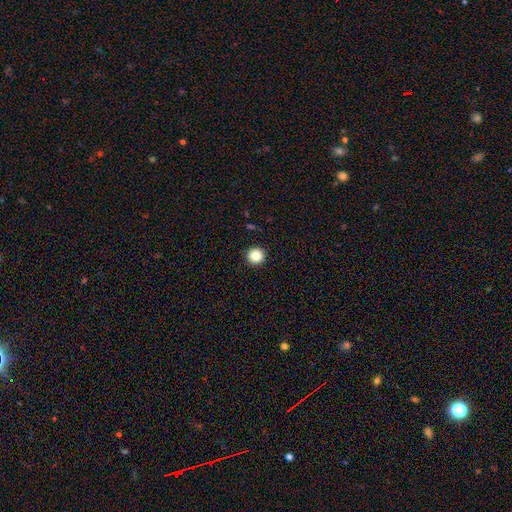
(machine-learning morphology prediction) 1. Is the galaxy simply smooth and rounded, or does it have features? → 85% smooth, 10% star or artifact, 5% featured or disk.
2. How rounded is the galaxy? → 96% round, 4% in between, 1% cigar-shaped.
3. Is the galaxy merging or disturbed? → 94% none, 4% minor disturbance, 1% major disturbance, 1% merger.